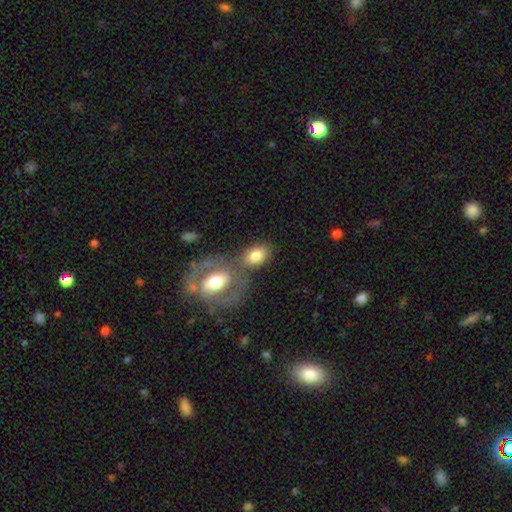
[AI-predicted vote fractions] A smooth galaxy with no disk features (71%) that is in between round and cigar-shaped (77%). Merging: none (46%).